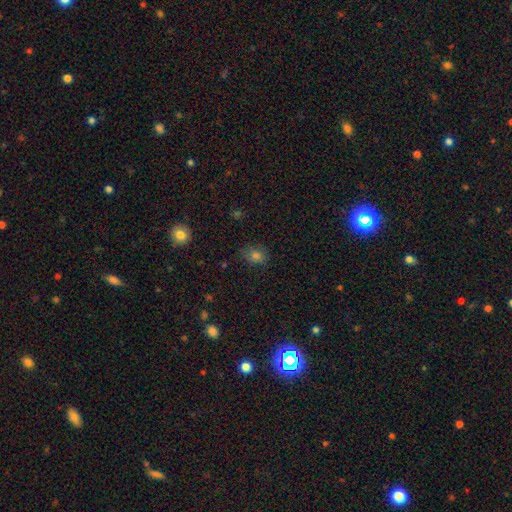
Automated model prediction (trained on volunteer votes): Overall: smooth (77%). How rounded: round (50%; in between 49%). Merging: none (77%).